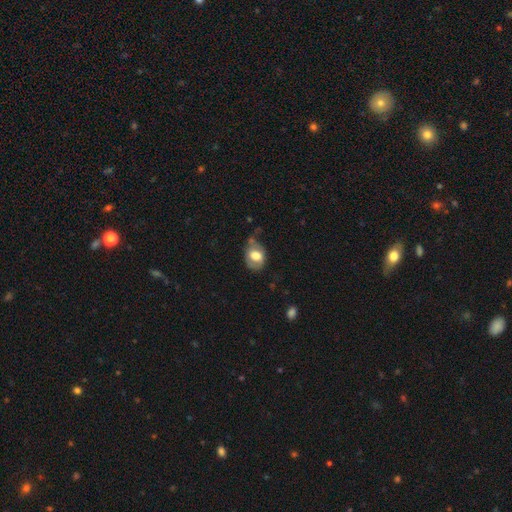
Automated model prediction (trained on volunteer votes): Smooth or featured? smooth (61%)
How rounded? in between (69%)
Merging? none (42%)